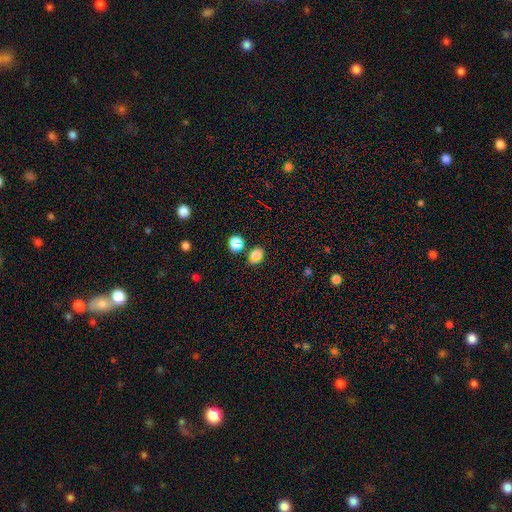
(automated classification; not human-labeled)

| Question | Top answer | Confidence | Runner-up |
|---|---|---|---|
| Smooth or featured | smooth | 77% | star or artifact (15%) |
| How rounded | in between | 54% | round (44%) |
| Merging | none | 71% | minor disturbance (13%) |